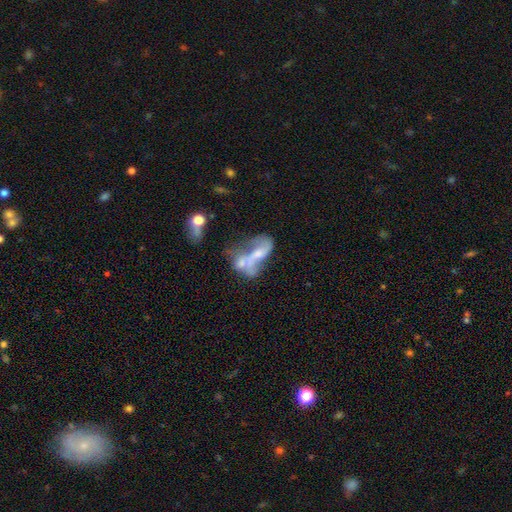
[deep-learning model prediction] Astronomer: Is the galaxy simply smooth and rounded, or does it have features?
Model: featured or disk — 67%.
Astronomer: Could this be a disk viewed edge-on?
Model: no — 95%.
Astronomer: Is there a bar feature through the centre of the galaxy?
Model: no — 62%.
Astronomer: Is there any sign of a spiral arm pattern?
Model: yes — 56% (runner-up: no, 44%).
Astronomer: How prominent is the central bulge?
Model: small — 35% (runner-up: moderate, 34%).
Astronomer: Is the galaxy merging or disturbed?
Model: merger — 52%.